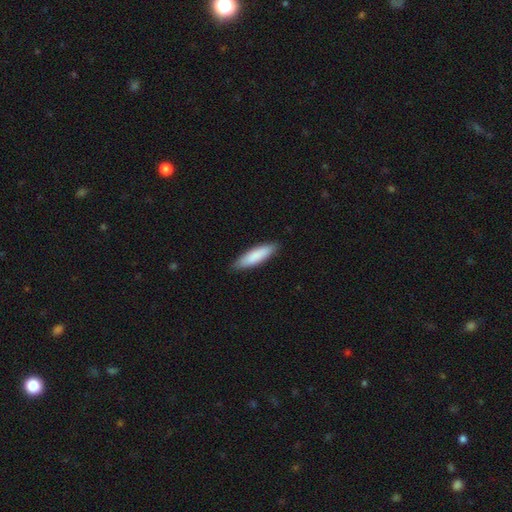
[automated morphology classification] Smooth or featured: smooth — 85% (featured or disk — 10%)
How rounded: cigar-shaped — 65% (in between — 34%)
Merging: none — 87% (minor disturbance — 11%)